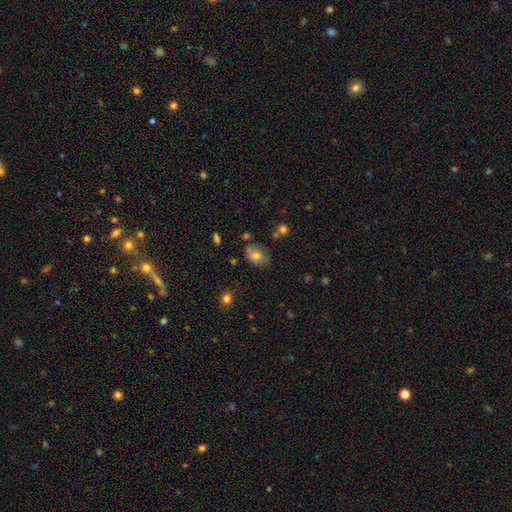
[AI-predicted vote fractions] This is likely a smooth galaxy (67%). How rounded: likely in between (72%). Merging: likely none (60%).